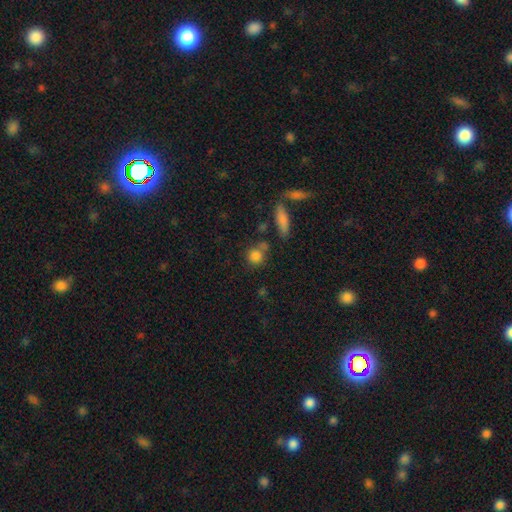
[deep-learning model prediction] smooth_or_featured: smooth (p=0.82) [alt: star or artifact p=0.11]
how_rounded: round (p=0.79) [alt: in between p=0.17]
merging: none (p=0.61) [alt: merger p=0.20]